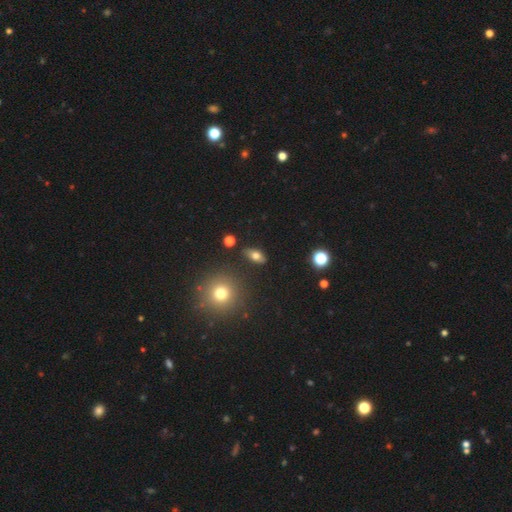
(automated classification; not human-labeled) Smooth or featured? Predicted: smooth (p=0.69). How rounded? Predicted: in between (p=0.83). Merging? Predicted: none (p=0.84).